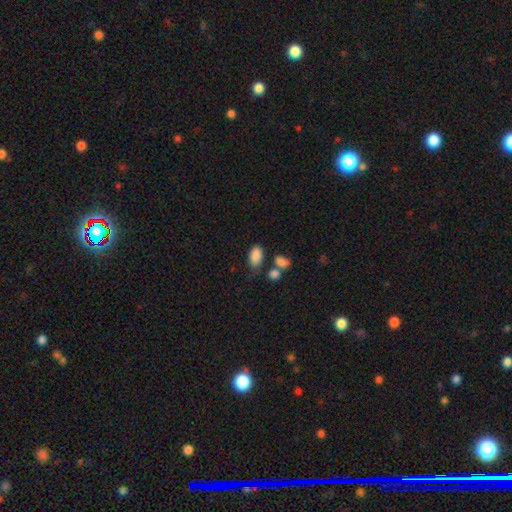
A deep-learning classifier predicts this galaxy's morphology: A smooth galaxy with no disk features (86%) that is in between round and cigar-shaped (92%).

Vote fractions:
- Smooth or featured? smooth: 86% / star or artifact: 8% / featured or disk: 6%
- How rounded? in between: 92% / round: 5% / cigar-shaped: 2%
- Merging? none: 57% / merger: 19% / minor disturbance: 18% / major disturbance: 6%